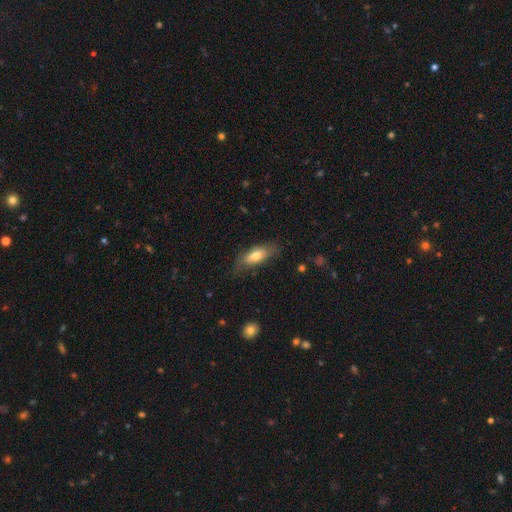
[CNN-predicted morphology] A smooth galaxy with no disk features (69%) that is in between round and cigar-shaped (79%).

Vote fractions:
- Smooth or featured? smooth: 69% / featured or disk: 24% / star or artifact: 7%
- How rounded? in between: 79% / cigar-shaped: 17% / round: 4%
- Merging? none: 66% / minor disturbance: 24% / major disturbance: 9% / merger: 2%